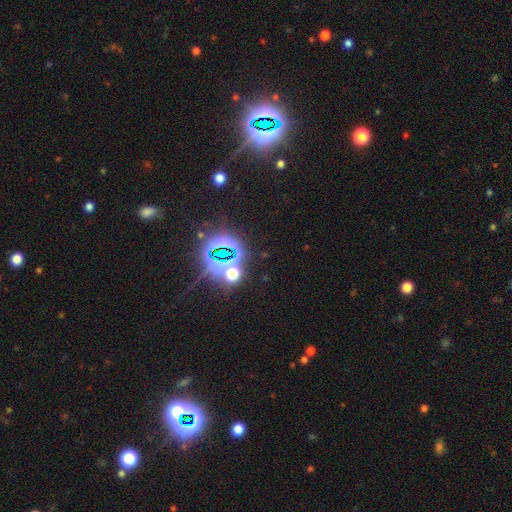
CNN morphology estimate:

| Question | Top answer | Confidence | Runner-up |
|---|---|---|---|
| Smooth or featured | star or artifact | 81% | smooth (11%) |